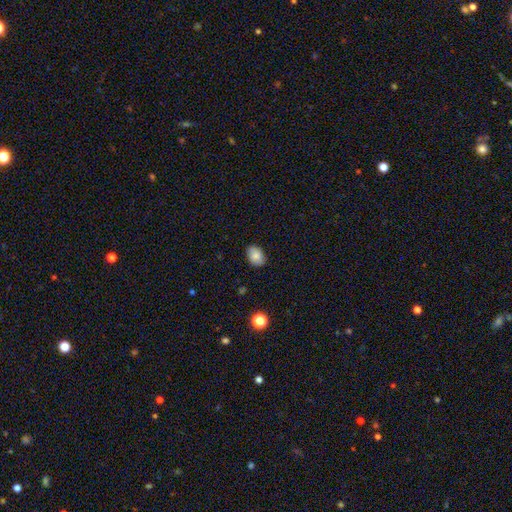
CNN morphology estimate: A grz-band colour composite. It shows a smooth galaxy with no disk features (84%) that is in between round and cigar-shaped (79%). Merging: none (86%).